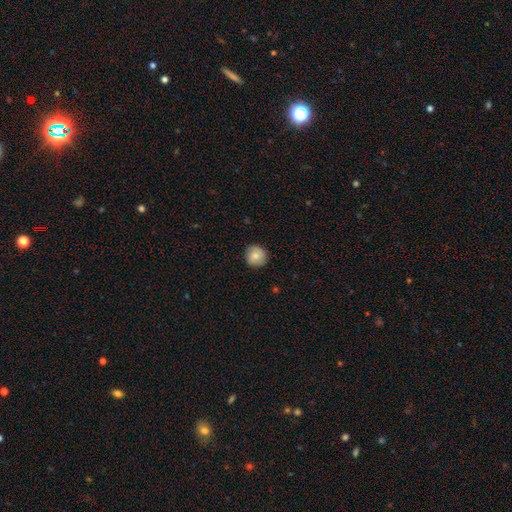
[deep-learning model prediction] Morphology: type=smooth (83%); roundness=round (92%); merging=none (87%).